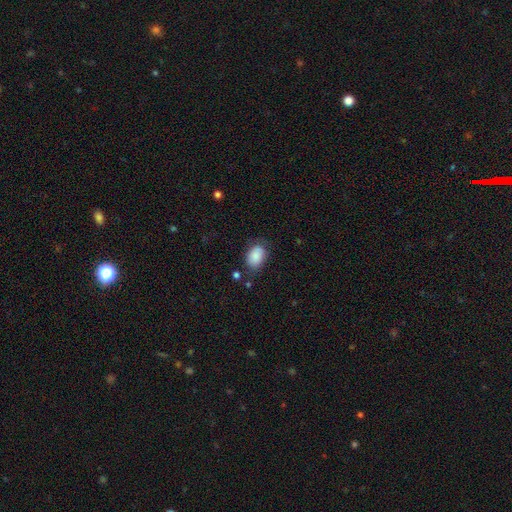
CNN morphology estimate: A smooth galaxy with no disk features (86%) that is in between round and cigar-shaped (83%). Merging: none (68%).